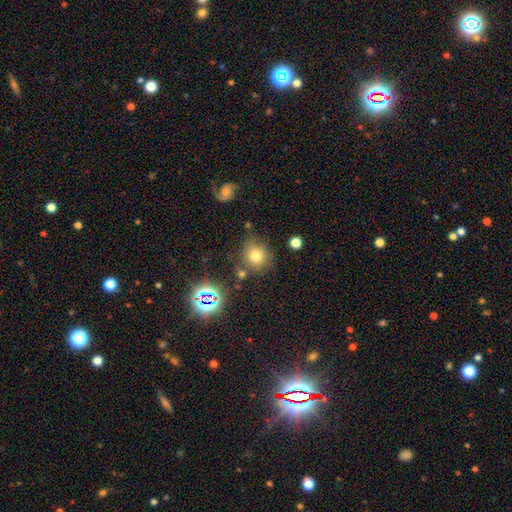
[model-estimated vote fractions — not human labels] This appears to be a smooth galaxy with no disk features (71%) that is round (83%). Merging: none (69%).